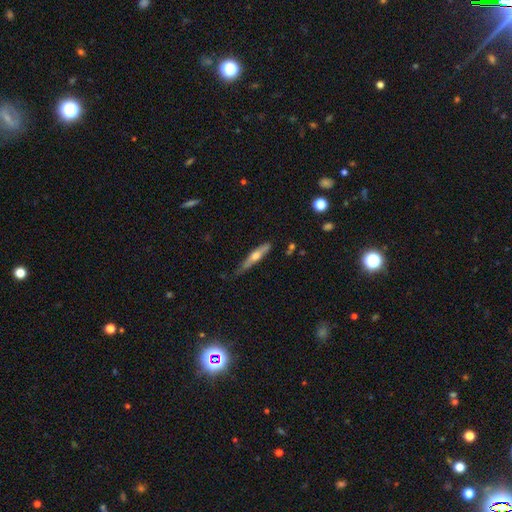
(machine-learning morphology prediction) featured or disk 51%, smooth 43%, star or artifact 6%. Down the decision tree: edge-on disk — yes (91%); merging — none (66%).